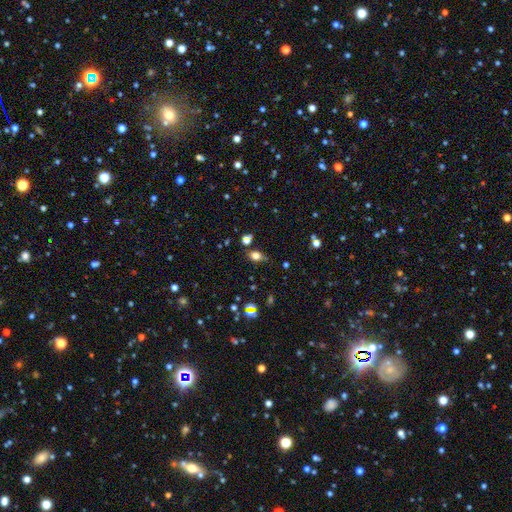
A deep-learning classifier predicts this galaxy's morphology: This is likely a smooth galaxy (76%). How rounded: likely in between (77%). Merging: likely none (74%).